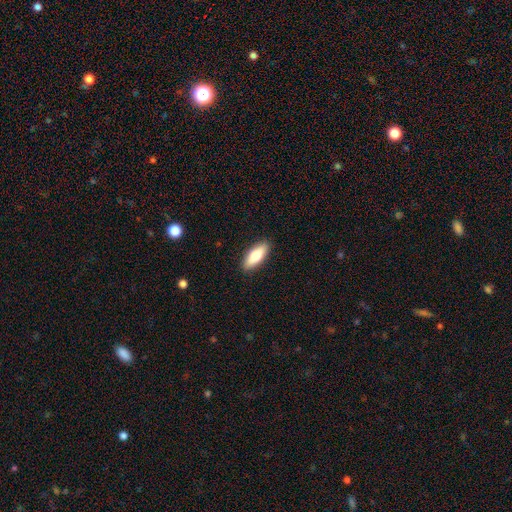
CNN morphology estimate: smooth 75%, featured or disk 19%, star or artifact 6%. Down the decision tree: how rounded — in between (70%); merging — none (90%).